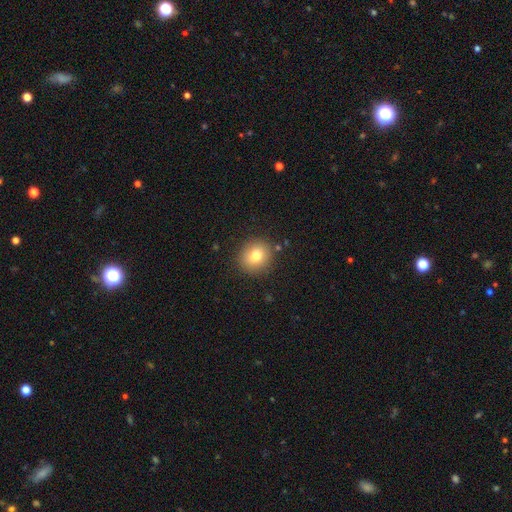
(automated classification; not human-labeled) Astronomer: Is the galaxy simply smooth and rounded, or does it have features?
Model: smooth — 78%.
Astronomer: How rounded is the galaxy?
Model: round — 85%.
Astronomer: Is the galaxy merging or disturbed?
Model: none — 87%.